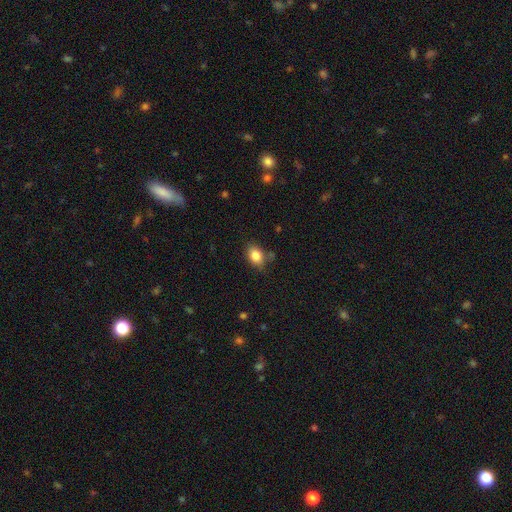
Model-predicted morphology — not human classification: smooth 84%, star or artifact 9%, featured or disk 7%. Down the decision tree: how rounded — in between (69%); merging — none (71%).